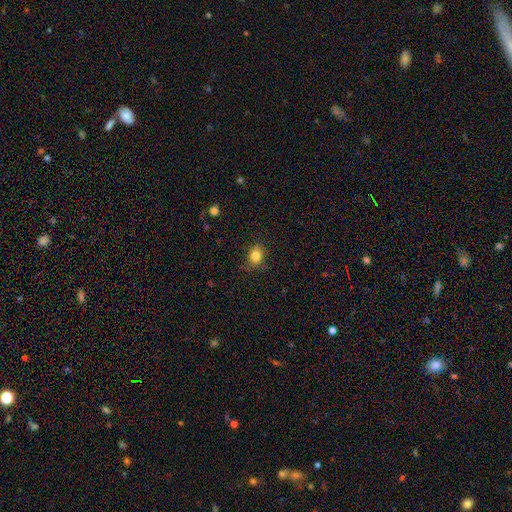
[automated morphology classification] type=smooth (82%); roundness=round (52%); merging=none (80%).